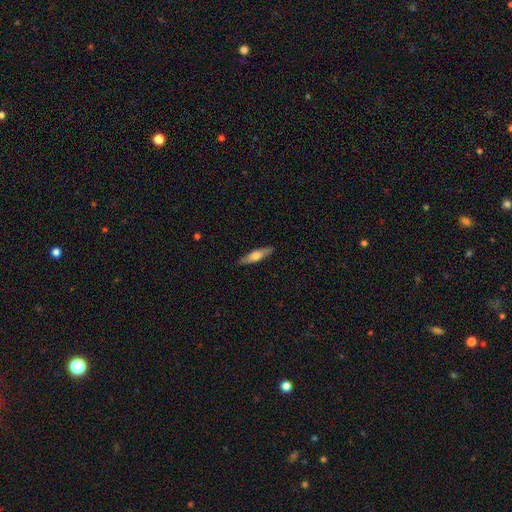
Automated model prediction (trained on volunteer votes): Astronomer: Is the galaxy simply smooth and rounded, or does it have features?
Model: smooth — 58% (runner-up: featured or disk, 36%).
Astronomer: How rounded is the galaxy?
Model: cigar-shaped — 71%.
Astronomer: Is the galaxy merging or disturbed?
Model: none — 88%.